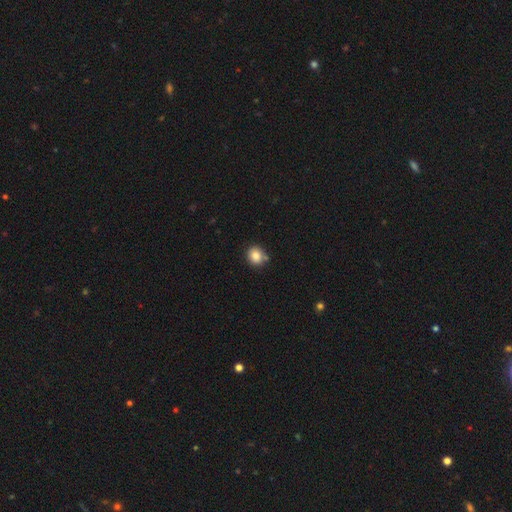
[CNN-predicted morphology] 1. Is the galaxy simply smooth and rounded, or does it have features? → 83% smooth, 10% star or artifact, 7% featured or disk.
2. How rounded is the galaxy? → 77% round, 22% in between, 1% cigar-shaped.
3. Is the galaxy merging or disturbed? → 74% none, 13% minor disturbance, 10% merger, 3% major disturbance.